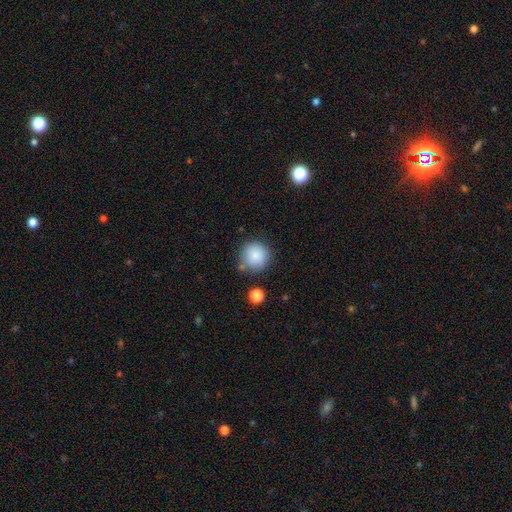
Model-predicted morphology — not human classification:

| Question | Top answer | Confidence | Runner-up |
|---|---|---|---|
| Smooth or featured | smooth | 85% | star or artifact (9%) |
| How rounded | round | 94% | in between (5%) |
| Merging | none | 76% | minor disturbance (14%) |